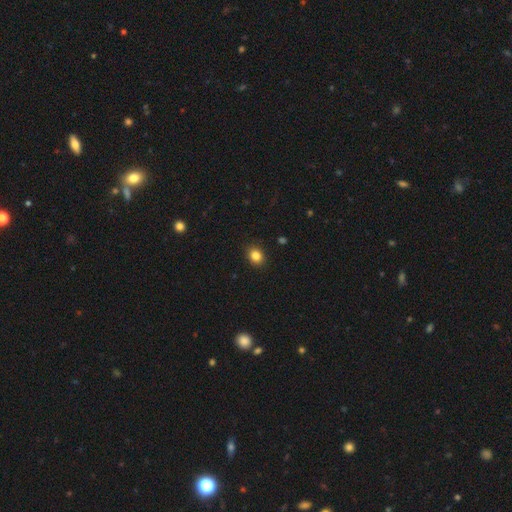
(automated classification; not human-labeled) smooth-or-featured: smooth: 84% | star or artifact: 11% | featured or disk: 5%
  how-rounded: round: 60% | in between: 39% | cigar-shaped: 1%
  merging: none: 90% | minor disturbance: 7% | major disturbance: 2% | merger: 1%